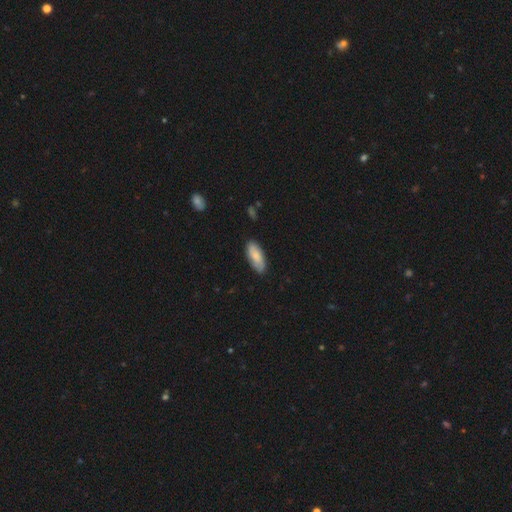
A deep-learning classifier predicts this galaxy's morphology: A smooth galaxy with no disk features (74%) that is in between round and cigar-shaped (82%). Merging: none (80%).